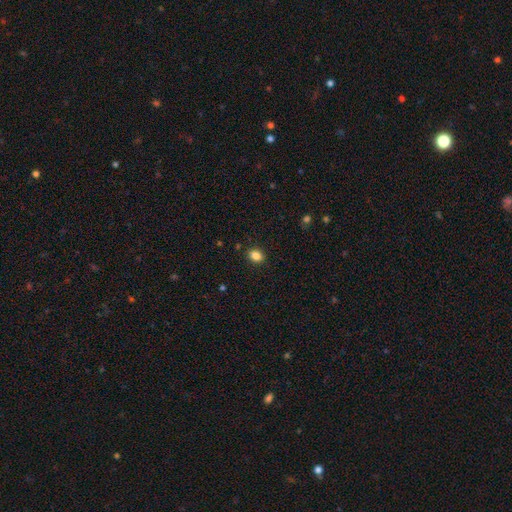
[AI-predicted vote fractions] This is clearly a smooth galaxy (85%). How rounded: likely in between (65%). Merging: clearly none (88%).